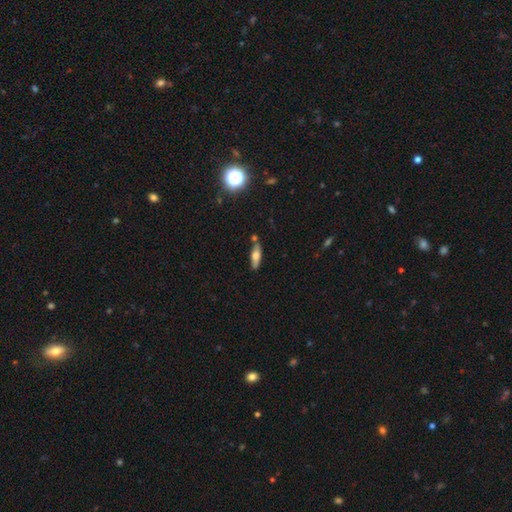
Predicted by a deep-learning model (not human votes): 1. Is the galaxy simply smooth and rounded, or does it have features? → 60% smooth, 31% featured or disk, 9% star or artifact.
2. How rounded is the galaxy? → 51% in between, 46% cigar-shaped, 3% round.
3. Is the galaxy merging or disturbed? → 69% none, 16% minor disturbance, 10% merger, 4% major disturbance.